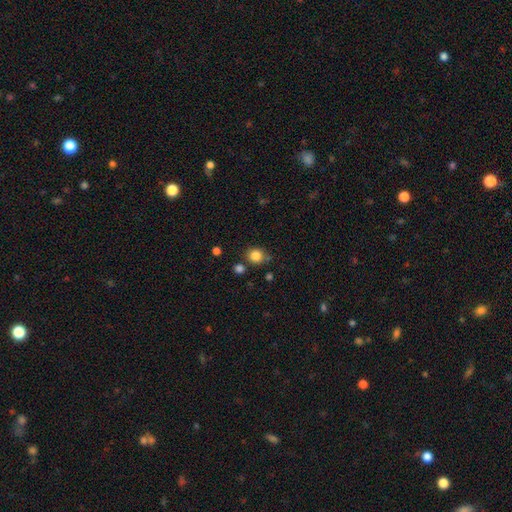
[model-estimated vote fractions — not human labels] The model was most divided on "merging": none: 77%, minor disturbance: 11%, merger: 8%, major disturbance: 4%. More confident: how rounded — round (86%); smooth or featured — smooth (84%).